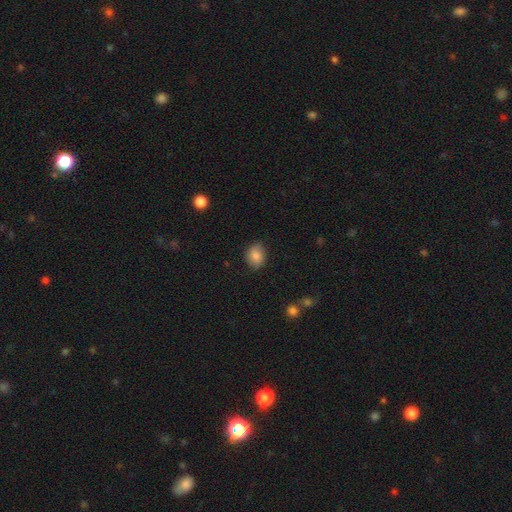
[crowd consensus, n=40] Smooth or featured: smooth — 90% (featured or disk — 8%)
How rounded: round — 69% (in between — 28%)
Merging: none — 64% (minor disturbance — 23%)